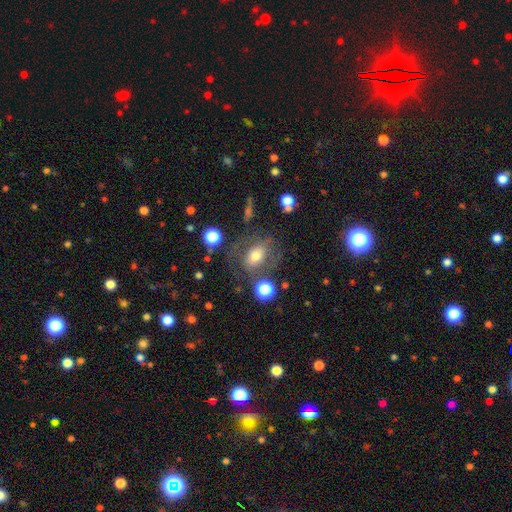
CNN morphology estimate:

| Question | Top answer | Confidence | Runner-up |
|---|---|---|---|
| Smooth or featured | smooth | 46% | featured or disk (43%) |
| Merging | none | 57% | minor disturbance (19%) |